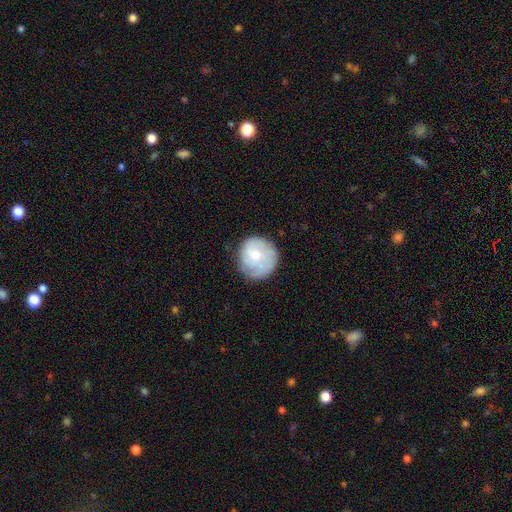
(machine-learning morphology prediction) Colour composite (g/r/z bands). It shows a smooth galaxy with no disk features (46%, tied with featured or disk). Merging: none (75%).